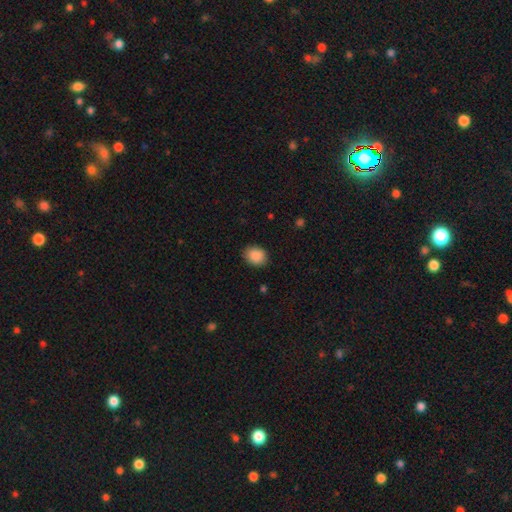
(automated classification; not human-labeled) A smooth galaxy with no disk features (88%) that is in between round and cigar-shaped (50%).

Vote fractions:
- Smooth or featured? smooth: 88% / star or artifact: 8% / featured or disk: 4%
- How rounded? in between: 50% / round: 49% / cigar-shaped: 1%
- Merging? none: 88% / minor disturbance: 9% / major disturbance: 2% / merger: 1%